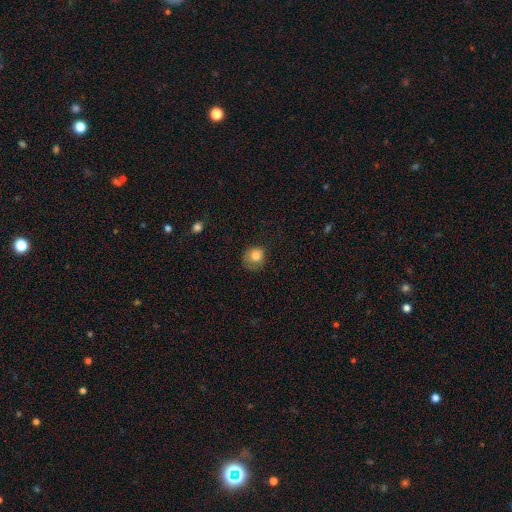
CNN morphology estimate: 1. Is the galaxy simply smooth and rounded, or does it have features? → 79% smooth, 11% featured or disk, 10% star or artifact.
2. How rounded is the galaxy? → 74% round, 25% in between, 1% cigar-shaped.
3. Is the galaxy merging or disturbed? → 51% none, 30% minor disturbance, 17% major disturbance, 2% merger.